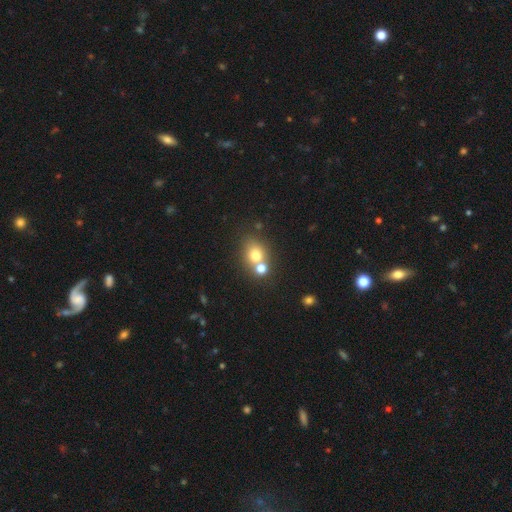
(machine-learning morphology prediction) A smooth galaxy with no disk features (71%) that is round (63%). Merging: none (47%).